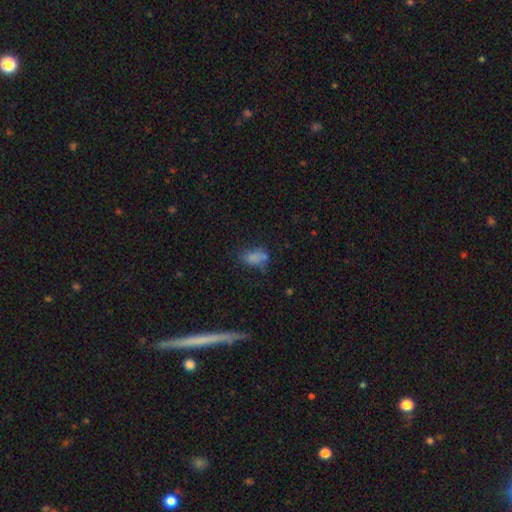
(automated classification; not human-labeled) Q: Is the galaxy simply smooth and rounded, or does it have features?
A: smooth — 72%.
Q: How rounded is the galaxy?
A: in between — 86%.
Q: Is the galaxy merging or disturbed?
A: none — 43%.